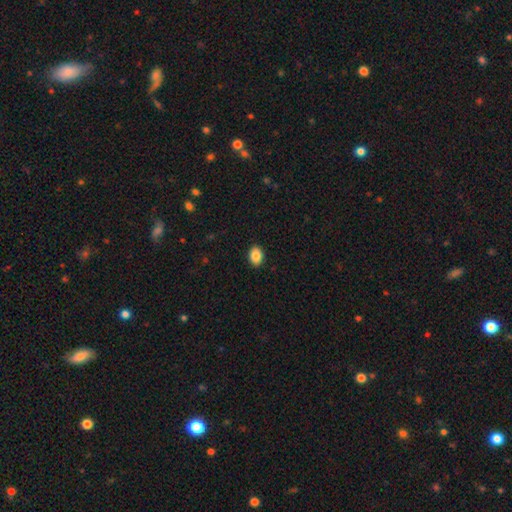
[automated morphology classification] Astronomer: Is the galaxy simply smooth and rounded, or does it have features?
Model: smooth — 87%.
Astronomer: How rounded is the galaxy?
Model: in between — 75%.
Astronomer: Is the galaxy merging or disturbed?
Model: none — 91%.